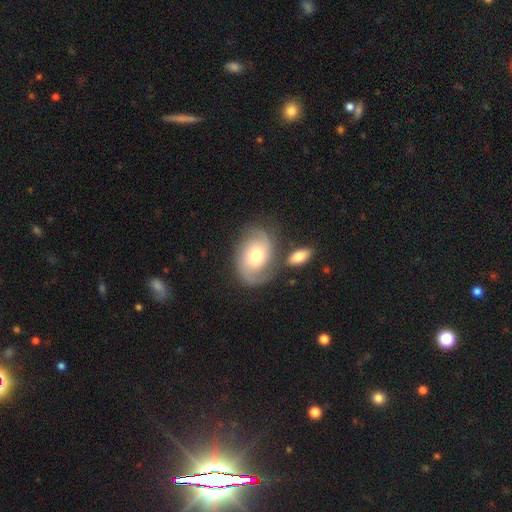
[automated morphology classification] The model was most divided on "spiral winding": medium: 45%, tight: 36%, loose: 20%. More confident: edge-on disk — no (97%); spiral arms — yes (92%); spiral arm count — 2 (83%); smooth or featured — featured or disk (73%); bar — no (68%); bulge size — moderate (66%); merging — none (63%).